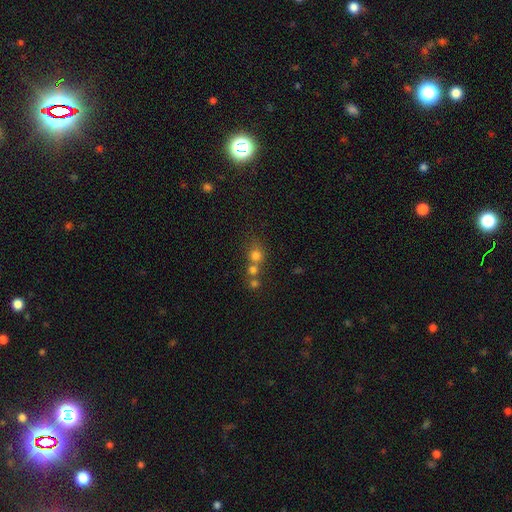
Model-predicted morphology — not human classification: Smooth or featured: smooth — 71% (star or artifact — 17%)
How rounded: round — 84% (in between — 15%)
Merging: merger — 48% (none — 41%)